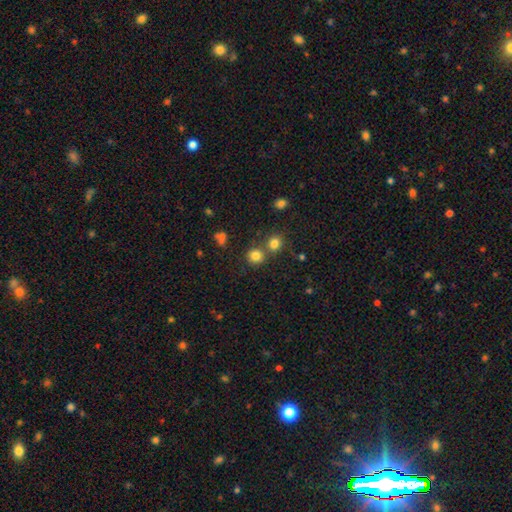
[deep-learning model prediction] This appears to be a smooth galaxy with no disk features (79%) that is round (88%). Merging: none (68%).